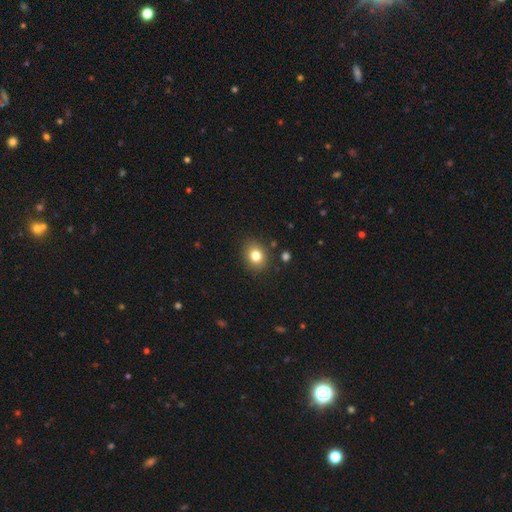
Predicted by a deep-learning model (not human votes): The model was most divided on "how rounded": round: 61%, in between: 38%, cigar-shaped: 1%. More confident: merging — none (86%); smooth or featured — smooth (80%).